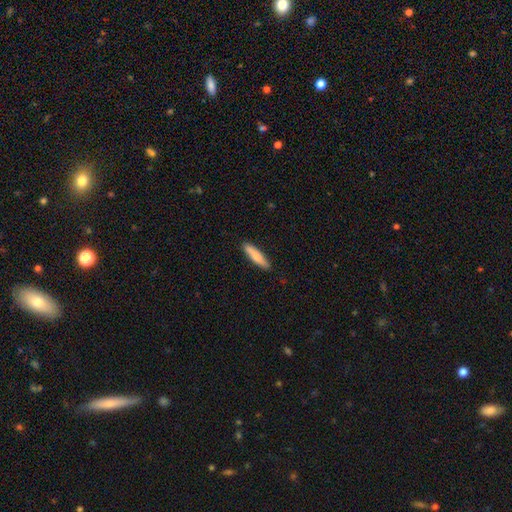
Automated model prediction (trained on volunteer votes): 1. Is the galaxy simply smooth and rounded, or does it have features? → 80% smooth, 15% featured or disk, 5% star or artifact.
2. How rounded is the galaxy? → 84% cigar-shaped, 15% in between, 1% round.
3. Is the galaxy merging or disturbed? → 89% none, 9% minor disturbance, 2% major disturbance, 1% merger.